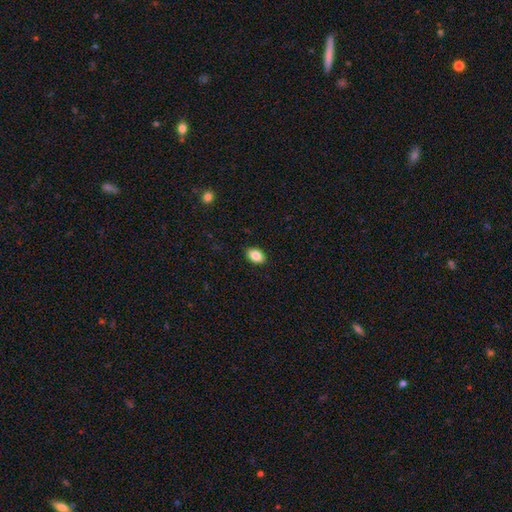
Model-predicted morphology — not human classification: smooth_or_featured: smooth (p=0.87) [alt: star or artifact p=0.08]
how_rounded: in between (p=0.86) [alt: round p=0.13]
merging: none (p=0.90) [alt: minor disturbance p=0.07]